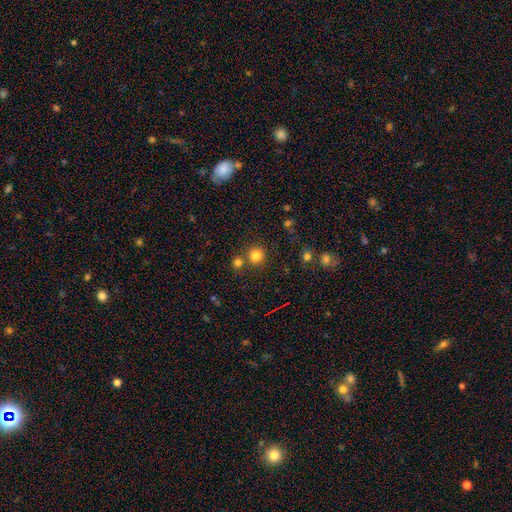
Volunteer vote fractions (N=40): Q: Smooth or featured?
A: smooth (92%); runner-up: star or artifact (8%)
Q: How rounded?
A: round (100%)
Q: Merging?
A: none (73%); runner-up: merger (14%)